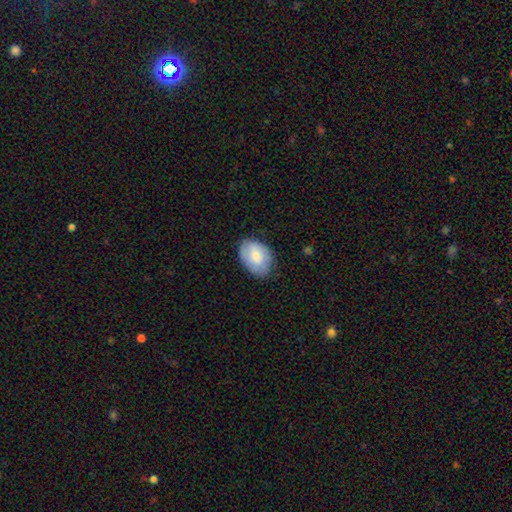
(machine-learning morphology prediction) This appears to be a smooth galaxy with no disk features (74%) that is in between round and cigar-shaped (79%). Merging: none (73%).